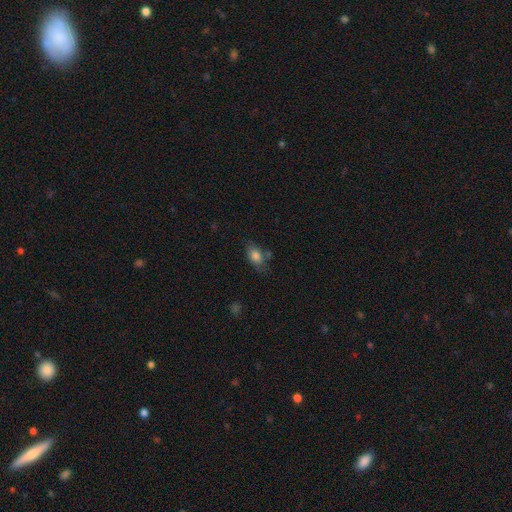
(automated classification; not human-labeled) smooth-or-featured: smooth: 79% | featured or disk: 12% | star or artifact: 8%
  how-rounded: in between: 87% | round: 10% | cigar-shaped: 4%
  merging: none: 63% | minor disturbance: 23% | merger: 8% | major disturbance: 7%